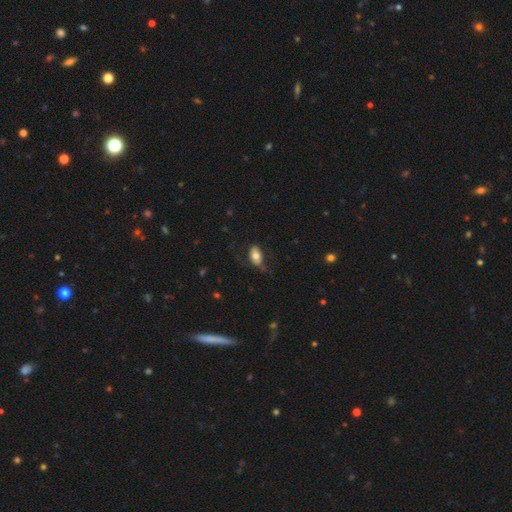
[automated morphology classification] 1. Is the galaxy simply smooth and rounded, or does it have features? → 71% smooth, 22% featured or disk, 7% star or artifact.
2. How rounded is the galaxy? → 90% in between, 5% round, 4% cigar-shaped.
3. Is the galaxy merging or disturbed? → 60% none, 24% minor disturbance, 14% major disturbance, 2% merger.